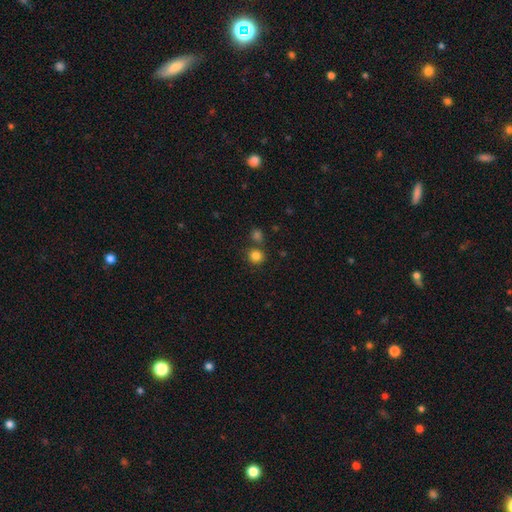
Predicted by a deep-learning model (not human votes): smooth 83%, star or artifact 12%, featured or disk 5%. Down the decision tree: how rounded — round (90%); merging — none (74%).